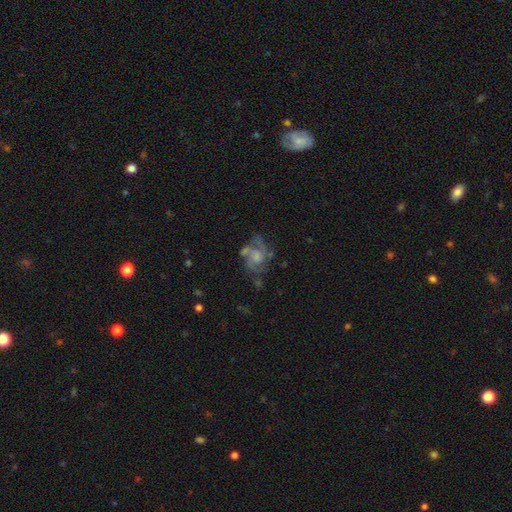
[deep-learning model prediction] A featured or disk galaxy (75%) with no bar (70%), 3 (29%) medium (49%) spiral arms (85%) and a moderate central bulge (33%).

Vote fractions:
- Smooth or featured? featured or disk: 75% / smooth: 17% / star or artifact: 8%
- Edge-on disk? no: 98% / yes: 2%
- Bar? no: 70% / weak: 26% / strong: 4%
- Spiral arms? yes: 85% / no: 15%
- Spiral winding? medium: 49% / tight: 31% / loose: 20%
- Spiral arm count? 3: 29% / 2: 28% / can't tell: 24% / 4: 9% / 1: 5% / more than 4: 5%
- Bulge size? moderate: 33% / small: 32% / none: 24% / large: 9% / dominant: 2%
- Merging? none: 47% / major disturbance: 24% / minor disturbance: 21% / merger: 8%